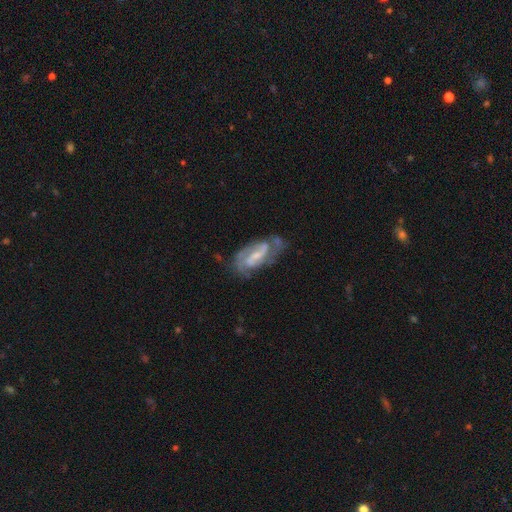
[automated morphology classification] Smooth or featured? featured or disk (85%)
Edge-on disk? no (95%)
Bar? weak (47%)
Spiral arms? yes (94%)
Spiral winding? medium (50%)
Spiral arm count? 2 (80%)
Bulge size? small (53%)
Merging? none (63%)